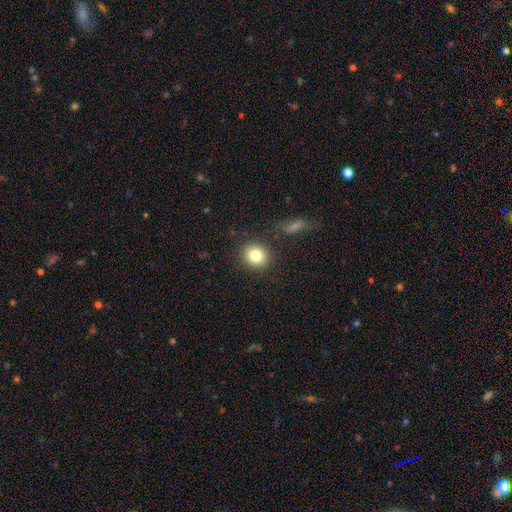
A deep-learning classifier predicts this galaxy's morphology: smooth 82%, star or artifact 10%, featured or disk 8%. Down the decision tree: how rounded — round (78%); merging — none (85%).